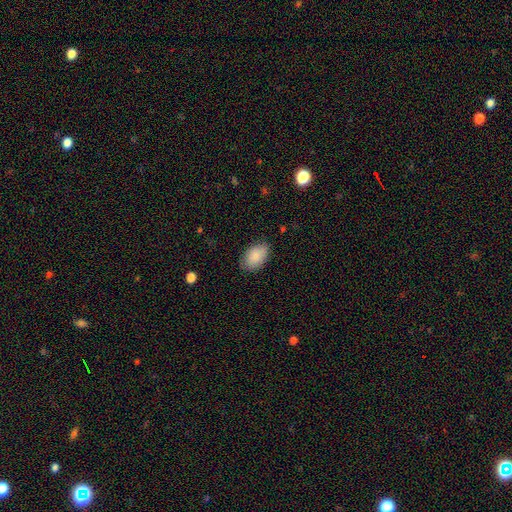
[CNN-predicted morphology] This is clearly a smooth galaxy (86%). How rounded: clearly in between (91%). Merging: likely none (80%).